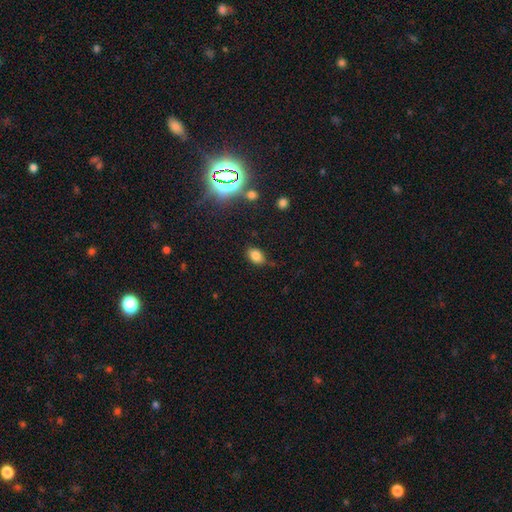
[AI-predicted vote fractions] smooth 79%, star or artifact 14%, featured or disk 7%. Down the decision tree: how rounded — in between (82%); merging — none (77%).